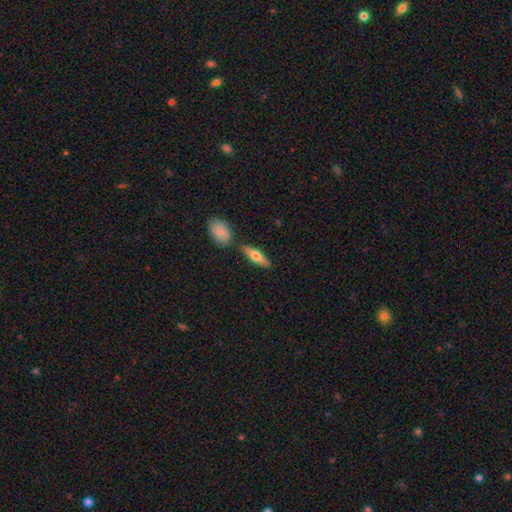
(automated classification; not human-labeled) smooth-or-featured: smooth: 60% | featured or disk: 35% | star or artifact: 6%
  how-rounded: cigar-shaped: 52% | in between: 45% | round: 3%
  merging: none: 78% | minor disturbance: 10% | merger: 9% | major disturbance: 3%